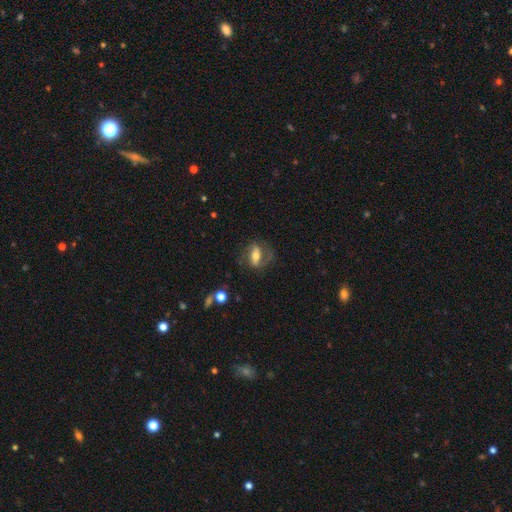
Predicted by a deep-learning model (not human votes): Smooth or featured? featured or disk (62%)
Edge-on disk? no (89%)
Bar? strong (52%)
Spiral arms? yes (80%)
Bulge size? moderate (58%)
Merging? none (65%)